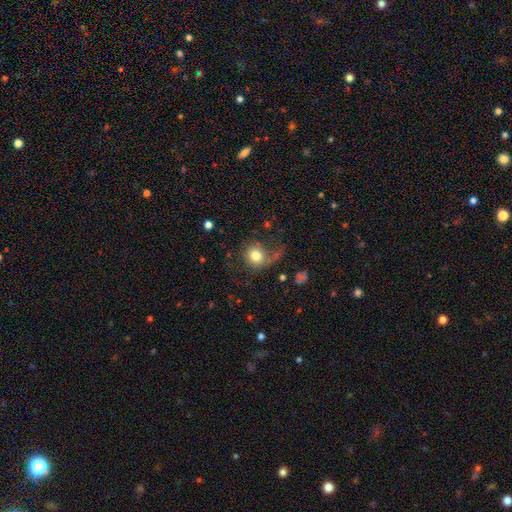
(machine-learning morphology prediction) Q: Smooth or featured?
A: smooth (77%); runner-up: featured or disk (13%)
Q: How rounded?
A: round (84%); runner-up: in between (15%)
Q: Merging?
A: none (55%); runner-up: major disturbance (22%)